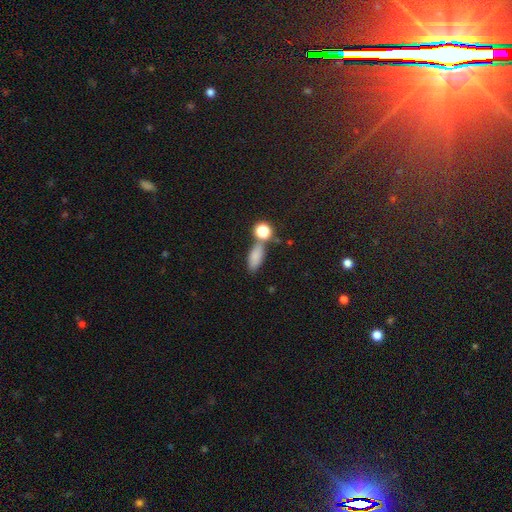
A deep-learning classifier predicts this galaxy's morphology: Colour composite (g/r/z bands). It shows a smooth galaxy with no disk features (82%) that is in between round and cigar-shaped (75%). Merging: none (59%).